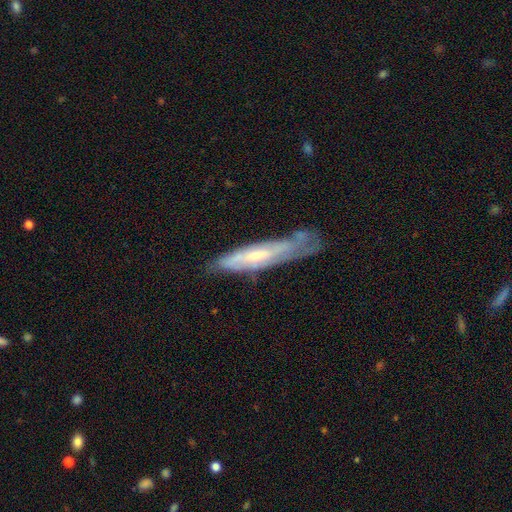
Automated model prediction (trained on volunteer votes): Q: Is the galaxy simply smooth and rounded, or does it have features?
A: featured or disk — 63%.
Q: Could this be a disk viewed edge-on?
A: no — 53%.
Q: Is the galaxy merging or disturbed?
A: none — 48%.